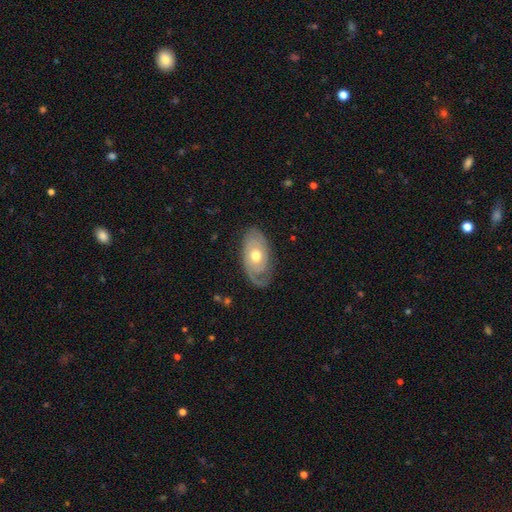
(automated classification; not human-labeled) Smooth or featured? featured or disk (71%)
Edge-on disk? no (92%)
Bar? no (82%)
Spiral arms? yes (81%)
Spiral winding? tight (61%)
Spiral arm count? 1 (38%)
Bulge size? moderate (75%)
Merging? none (70%)